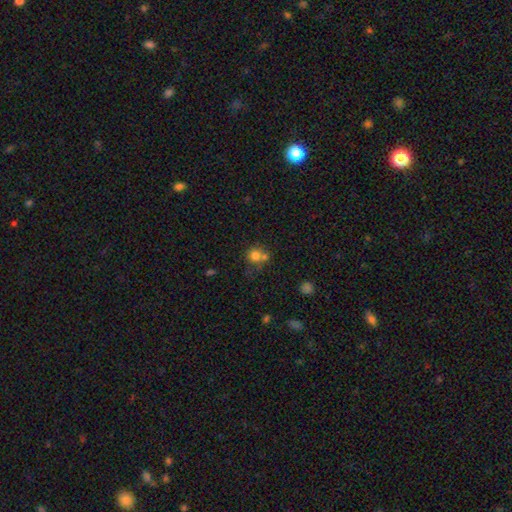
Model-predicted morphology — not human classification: smooth_or_featured: smooth (p=0.76) [alt: star or artifact p=0.13]
how_rounded: round (p=0.87) [alt: in between p=0.12]
merging: none (p=0.48) [alt: merger p=0.38]